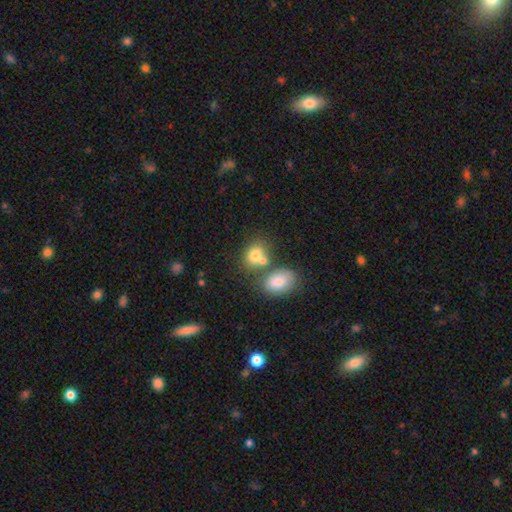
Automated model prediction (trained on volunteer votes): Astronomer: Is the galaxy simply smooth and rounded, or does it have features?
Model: smooth — 75%.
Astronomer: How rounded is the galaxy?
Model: in between — 53% (runner-up: round, 46%).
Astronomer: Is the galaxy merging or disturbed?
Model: merger — 44% (runner-up: none, 41%).